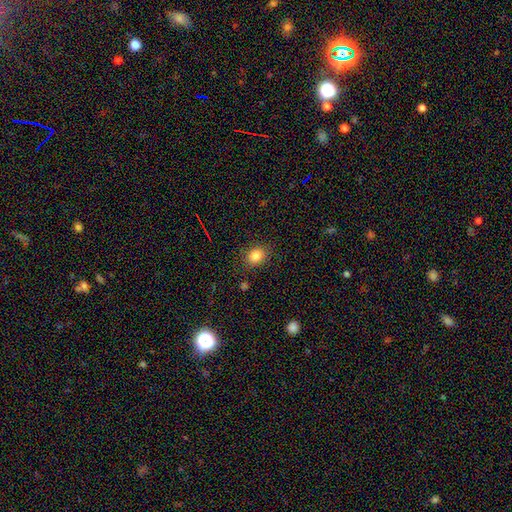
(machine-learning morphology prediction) This is clearly a smooth galaxy (83%). How rounded: possibly round (52%). Merging: clearly none (86%).